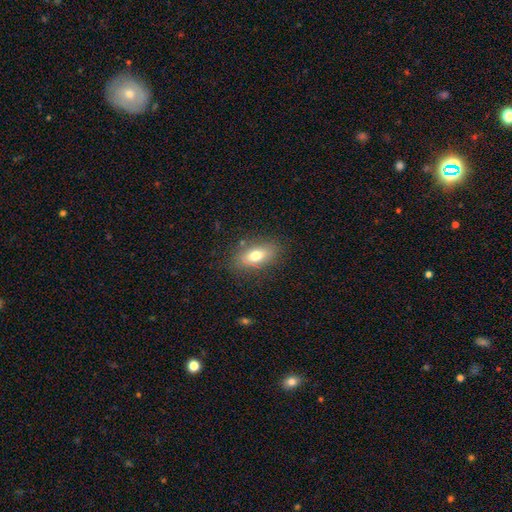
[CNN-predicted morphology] Q: Smooth or featured?
A: smooth (74%); runner-up: featured or disk (18%)
Q: How rounded?
A: in between (84%); runner-up: cigar-shaped (8%)
Q: Merging?
A: none (82%); runner-up: minor disturbance (13%)